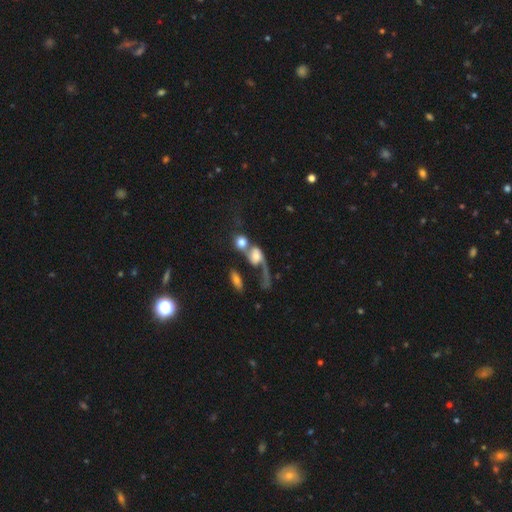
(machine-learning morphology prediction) The model was most divided on "smooth or featured": smooth: 47%, featured or disk: 43%, star or artifact: 11%. More confident: merging — merger (57%).